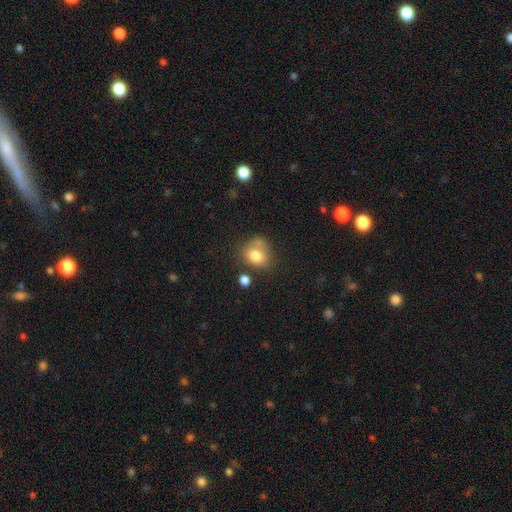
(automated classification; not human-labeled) smooth 78%, featured or disk 12%, star or artifact 10%. Down the decision tree: how rounded — round (64%); merging — none (49%).